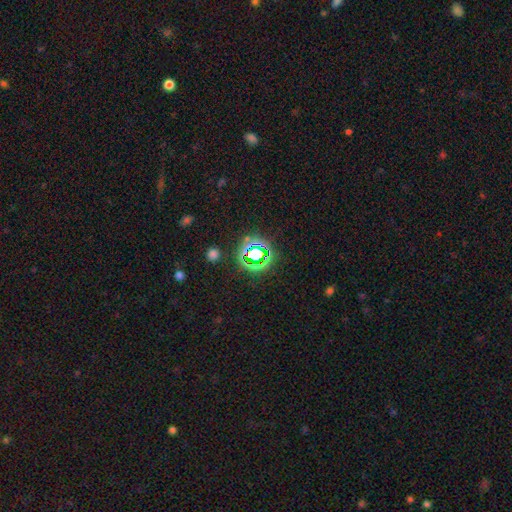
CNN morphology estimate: This is likely a star or artifact rather than a galaxy (70%).